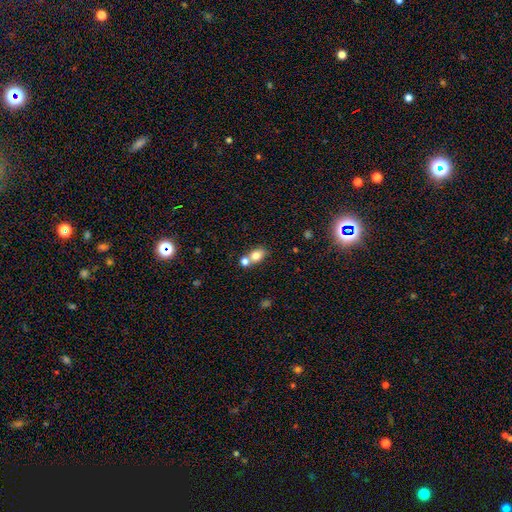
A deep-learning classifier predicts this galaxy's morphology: This appears to be a smooth galaxy with no disk features (78%) that is in between round and cigar-shaped (67%). Merging: none (44%, tied with merger).